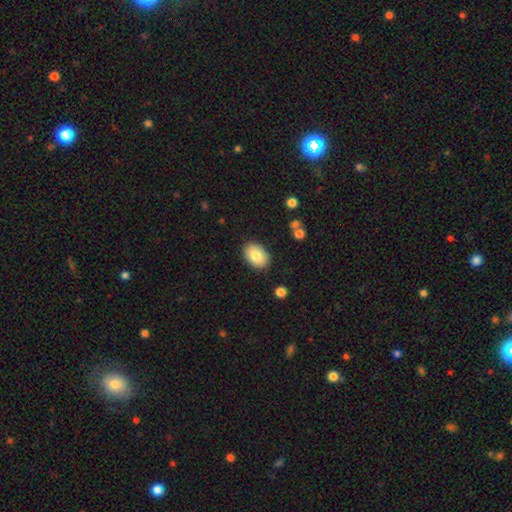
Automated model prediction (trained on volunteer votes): This appears to be a smooth galaxy with no disk features (82%) that is in between round and cigar-shaped (84%). Merging: none (86%).